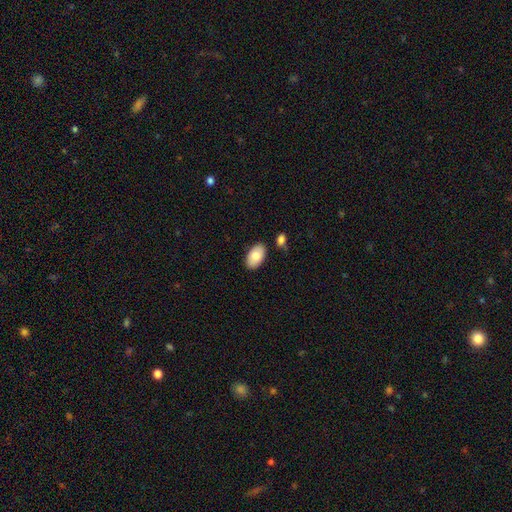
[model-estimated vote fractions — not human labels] A smooth galaxy with no disk features (82%) that is in between round and cigar-shaped (95%).

Vote fractions:
- Smooth or featured? smooth: 82% / featured or disk: 12% / star or artifact: 6%
- How rounded? in between: 95% / round: 4% / cigar-shaped: 1%
- Merging? none: 82% / minor disturbance: 11% / merger: 5% / major disturbance: 2%